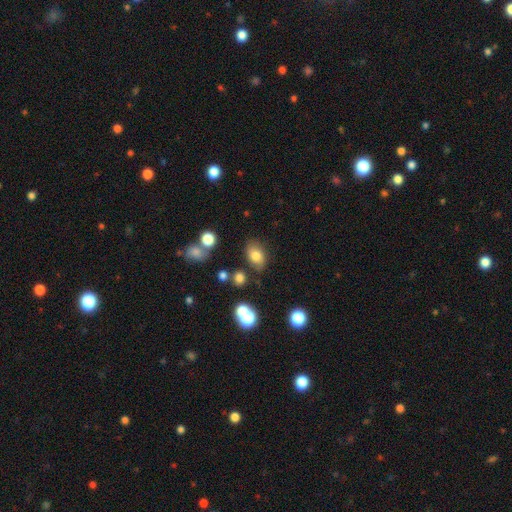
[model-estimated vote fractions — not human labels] Smooth or featured? Predicted: smooth (p=0.78). How rounded? Predicted: in between (p=0.80). Merging? Predicted: none (p=0.76).